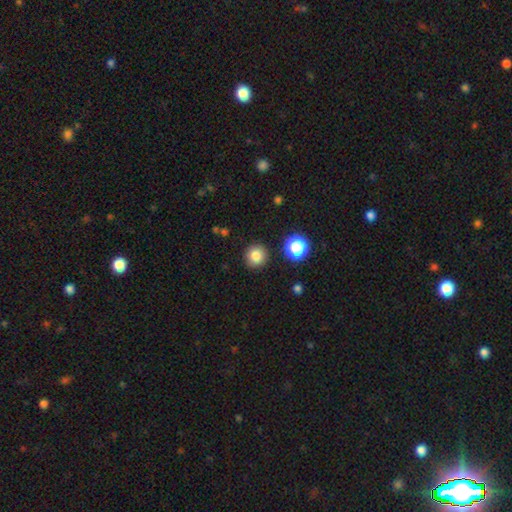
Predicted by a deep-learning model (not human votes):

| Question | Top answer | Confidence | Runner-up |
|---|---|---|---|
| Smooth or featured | smooth | 82% | star or artifact (12%) |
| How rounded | round | 93% | in between (6%) |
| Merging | none | 90% | minor disturbance (6%) |